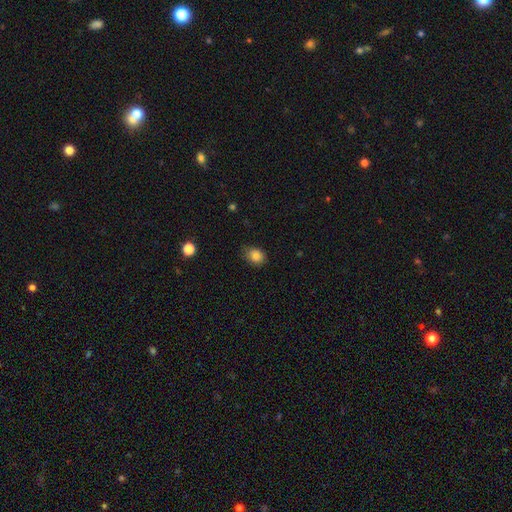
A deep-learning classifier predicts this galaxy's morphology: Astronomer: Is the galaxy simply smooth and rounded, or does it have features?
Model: smooth — 84%.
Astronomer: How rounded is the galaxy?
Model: round — 50% (runner-up: in between, 49%).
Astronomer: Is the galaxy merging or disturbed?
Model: none — 75%.